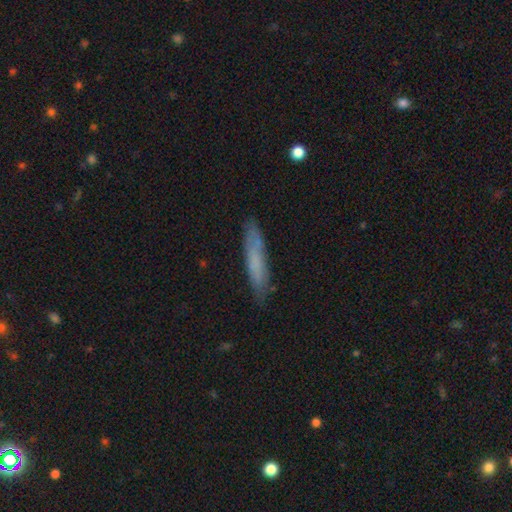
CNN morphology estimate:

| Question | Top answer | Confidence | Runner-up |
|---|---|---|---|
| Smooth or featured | smooth | 63% | featured or disk (30%) |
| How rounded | cigar-shaped | 89% | in between (10%) |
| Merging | none | 82% | minor disturbance (14%) |